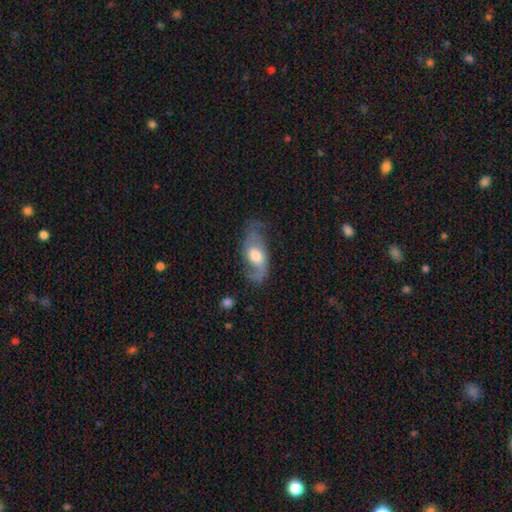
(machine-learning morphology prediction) This is likely a featured or disk galaxy (76%). It is clearly not viewed edge-on (94%). Bar: possibly no (56%). Spiral arm pattern: clearly yes (91%). Spiral arm count: clearly 2 (82%). Spiral winding: possibly loose (56%). Central bulge: likely moderate (64%). Merging: possibly none (59%).